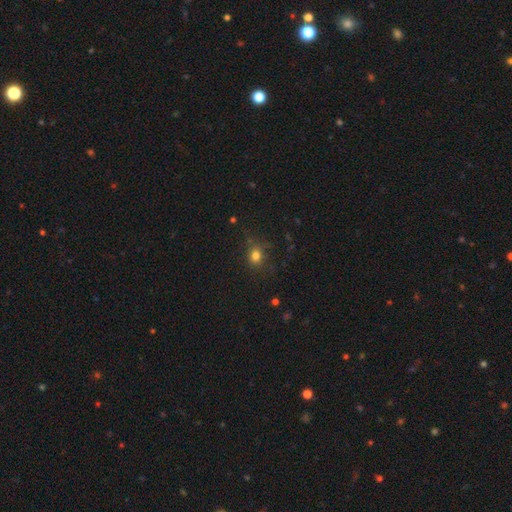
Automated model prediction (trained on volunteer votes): This is likely a smooth galaxy (76%). How rounded: likely round (66%). Merging: likely none (74%).